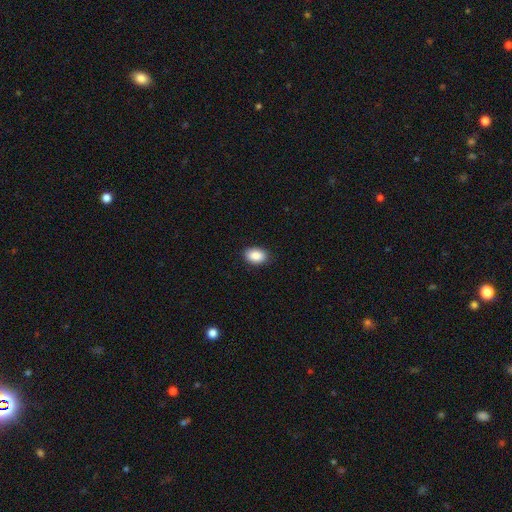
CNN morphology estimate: This is clearly a smooth galaxy (89%). How rounded: clearly in between (84%). Merging: clearly none (89%).